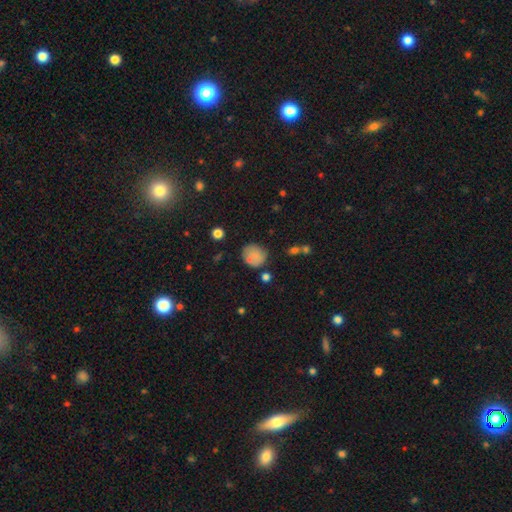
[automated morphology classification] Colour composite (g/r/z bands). It shows a smooth galaxy with no disk features (78%) that is round (77%). Merging: none (69%).